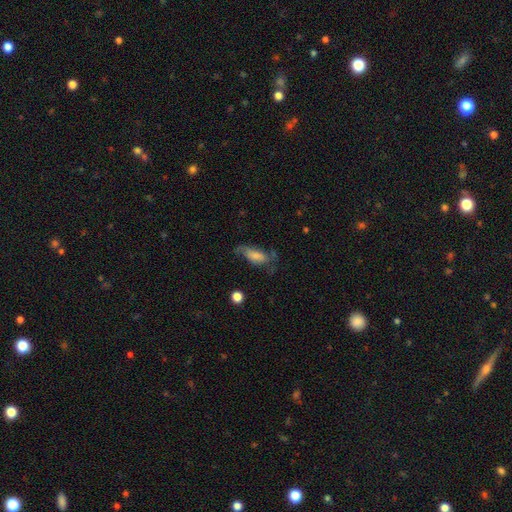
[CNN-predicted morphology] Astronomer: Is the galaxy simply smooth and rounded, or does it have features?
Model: smooth — 60%.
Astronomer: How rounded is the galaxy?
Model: in between — 79%.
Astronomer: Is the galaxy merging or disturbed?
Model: none — 41% (runner-up: minor disturbance, 30%).